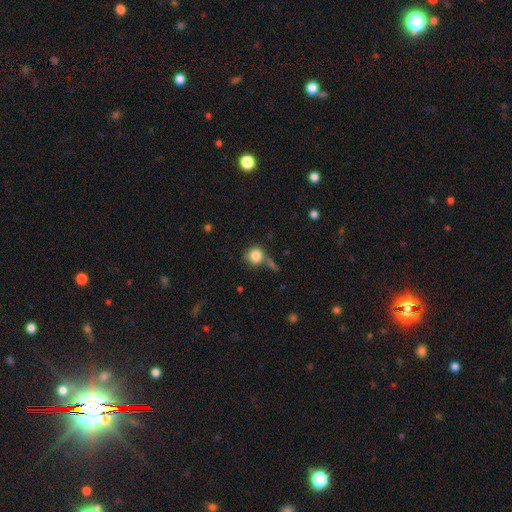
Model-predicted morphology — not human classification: smooth_or_featured: smooth (p=0.84) [alt: star or artifact p=0.09]
how_rounded: round (p=0.88) [alt: in between p=0.11]
merging: none (p=0.60) [alt: merger p=0.17]